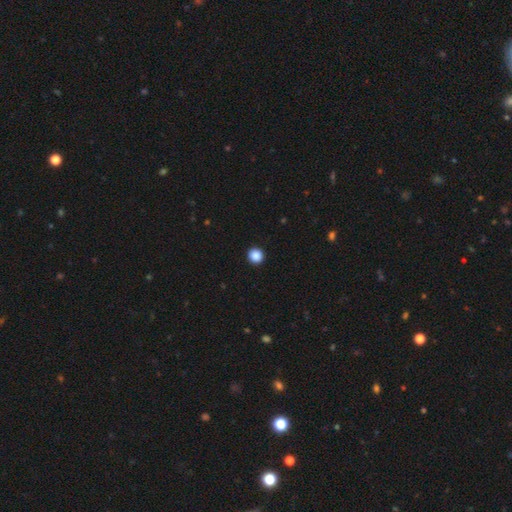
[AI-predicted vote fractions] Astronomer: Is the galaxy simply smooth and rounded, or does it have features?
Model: smooth — 88%.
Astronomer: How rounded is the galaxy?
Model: round — 95%.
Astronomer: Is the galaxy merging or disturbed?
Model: none — 94%.